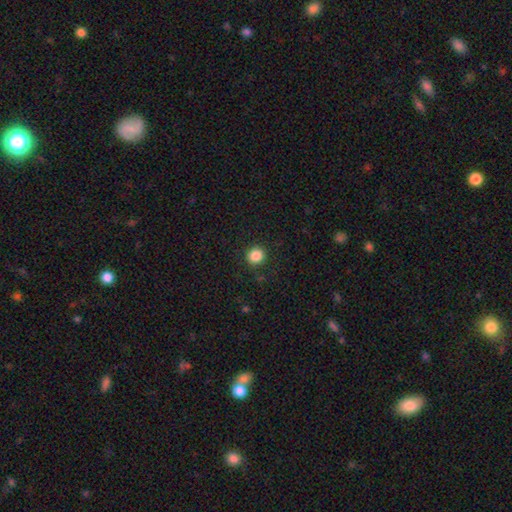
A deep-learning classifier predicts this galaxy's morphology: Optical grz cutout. It shows a smooth galaxy with no disk features (86%) that is round (91%). Merging: none (91%).